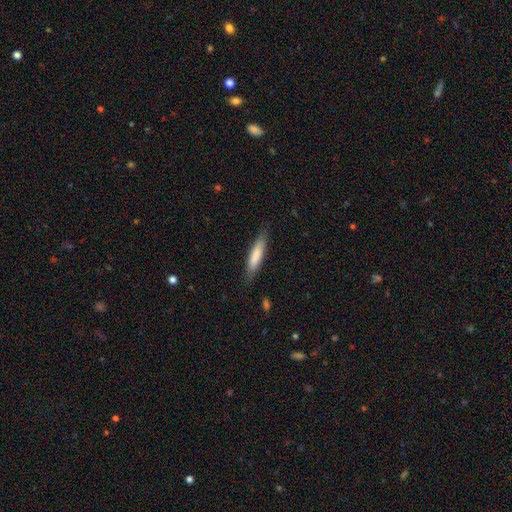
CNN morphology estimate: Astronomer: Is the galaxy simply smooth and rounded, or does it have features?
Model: smooth — 80%.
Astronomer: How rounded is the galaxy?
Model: cigar-shaped — 78%.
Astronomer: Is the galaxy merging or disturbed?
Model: none — 83%.